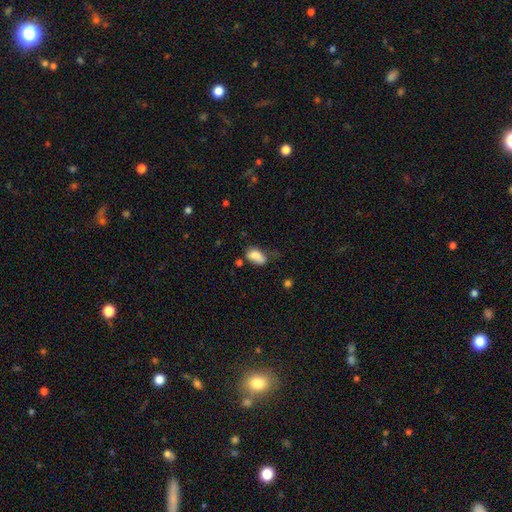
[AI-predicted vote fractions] A smooth galaxy with no disk features (79%) that is in between round and cigar-shaped (89%). Merging: minor disturbance (36%).